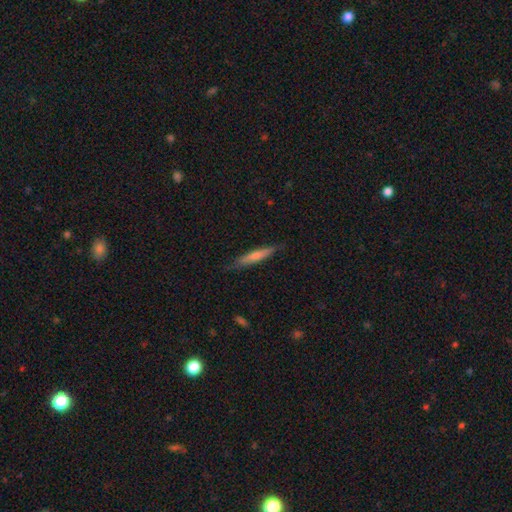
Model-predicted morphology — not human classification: This appears to be a smooth galaxy with no disk features (66%) that is cigar-shaped (90%). Merging: none (82%).